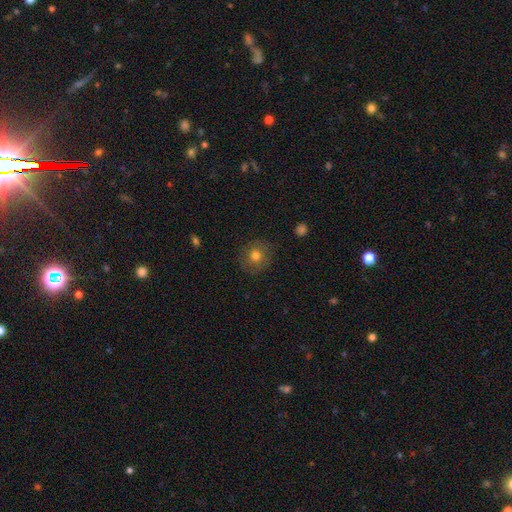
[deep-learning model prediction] Morphology: type=smooth (74%); roundness=round (88%); merging=none (86%).